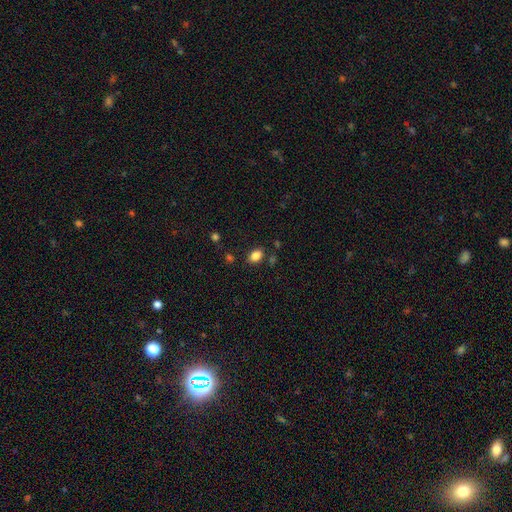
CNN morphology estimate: Smooth or featured: smooth — 85% (star or artifact — 10%)
How rounded: in between — 84% (round — 14%)
Merging: none — 81% (minor disturbance — 11%)